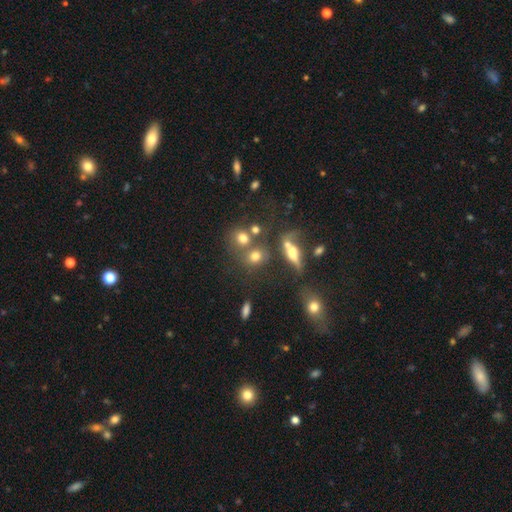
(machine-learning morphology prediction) smooth 68%, star or artifact 17%, featured or disk 15%. Down the decision tree: how rounded — round (70%); merging — none (46%).